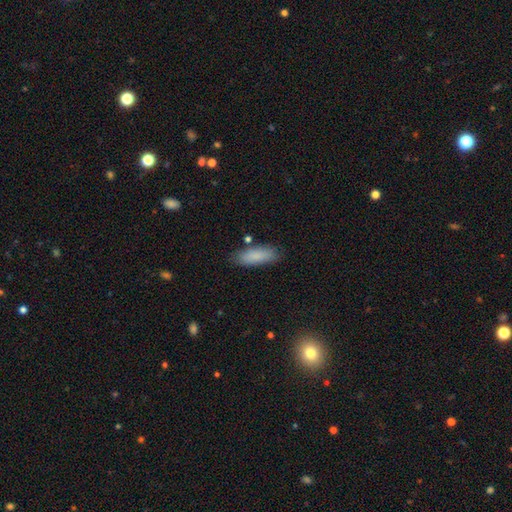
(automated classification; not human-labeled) Morphology: type=smooth (86%); roundness=in between (64%); merging=none (81%).